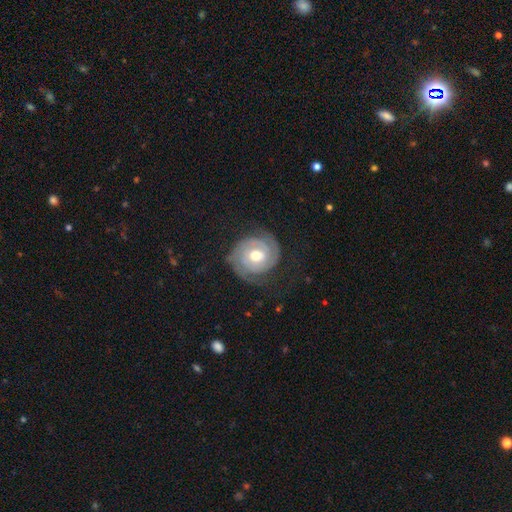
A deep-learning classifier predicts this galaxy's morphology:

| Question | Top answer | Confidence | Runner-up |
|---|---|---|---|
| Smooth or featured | featured or disk | 82% | smooth (12%) |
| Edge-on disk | no | 97% | yes (3%) |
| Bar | no | 61% | weak (30%) |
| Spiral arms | yes | 94% | no (6%) |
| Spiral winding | tight | 72% | medium (21%) |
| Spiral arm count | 2 | 65% | can't tell (15%) |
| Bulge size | moderate | 76% | small (17%) |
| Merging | none | 73% | minor disturbance (17%) |